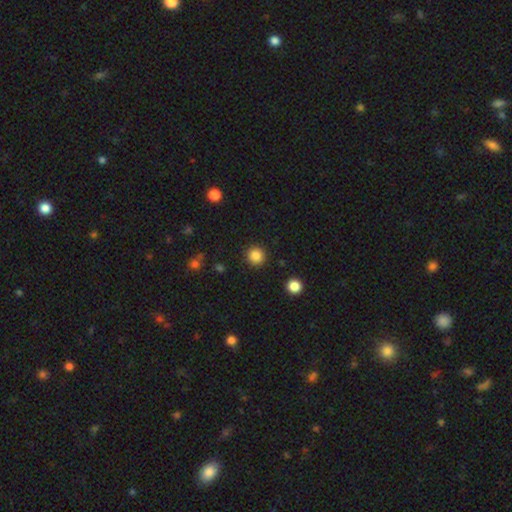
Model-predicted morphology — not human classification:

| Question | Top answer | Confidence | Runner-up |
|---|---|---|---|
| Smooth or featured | smooth | 86% | star or artifact (11%) |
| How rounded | round | 95% | in between (4%) |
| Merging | none | 92% | minor disturbance (5%) |